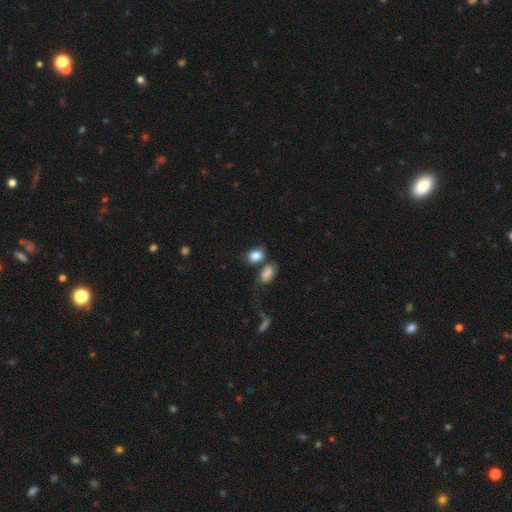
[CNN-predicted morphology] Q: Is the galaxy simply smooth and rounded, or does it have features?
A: smooth — 84%.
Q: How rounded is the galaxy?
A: in between — 70%.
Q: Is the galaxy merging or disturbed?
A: none — 50%.